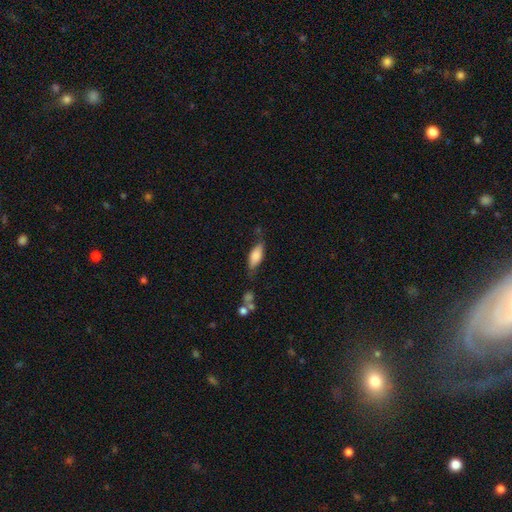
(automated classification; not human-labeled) smooth_or_featured: smooth (p=0.77) [alt: featured or disk p=0.17]
how_rounded: in between (p=0.75) [alt: cigar-shaped p=0.23]
merging: none (p=0.59) [alt: minor disturbance p=0.27]